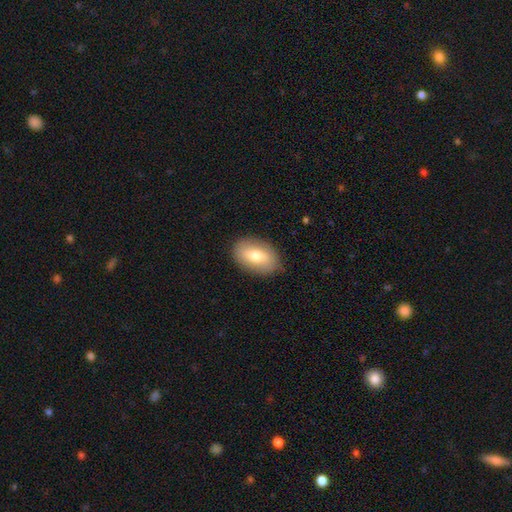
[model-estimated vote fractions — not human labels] smooth_or_featured: smooth (p=0.67) [alt: featured or disk p=0.26]
how_rounded: in between (p=0.88) [alt: round p=0.10]
merging: none (p=0.86) [alt: minor disturbance p=0.10]